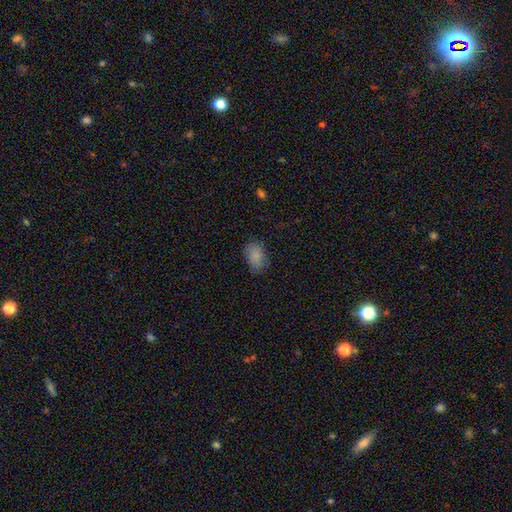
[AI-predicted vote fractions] A smooth galaxy with no disk features (82%) that is in between round and cigar-shaped (83%).

Vote fractions:
- Smooth or featured? smooth: 82% / star or artifact: 11% / featured or disk: 6%
- How rounded? in between: 83% / round: 16% / cigar-shaped: 1%
- Merging? none: 73% / minor disturbance: 20% / major disturbance: 5% / merger: 2%